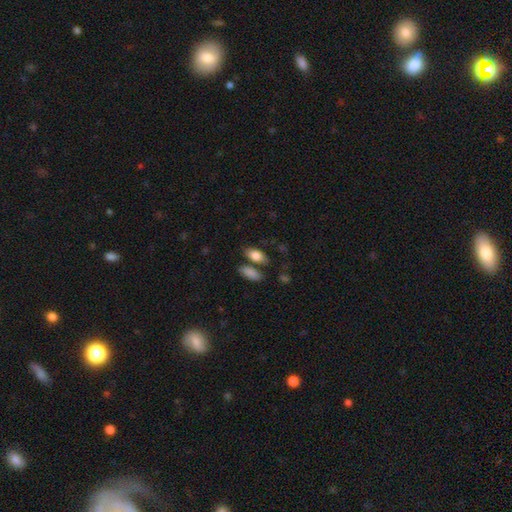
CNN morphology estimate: Smooth or featured? Predicted: smooth (p=0.84). How rounded? Predicted: in between (p=0.88). Merging? Predicted: none (p=0.68).